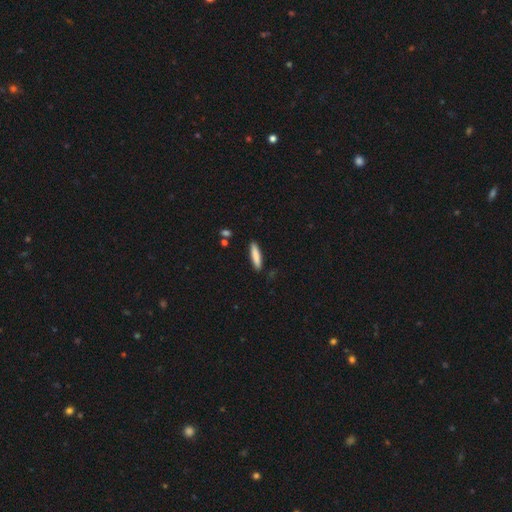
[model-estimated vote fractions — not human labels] A smooth galaxy with no disk features (83%) that is cigar-shaped (84%). Merging: none (88%).